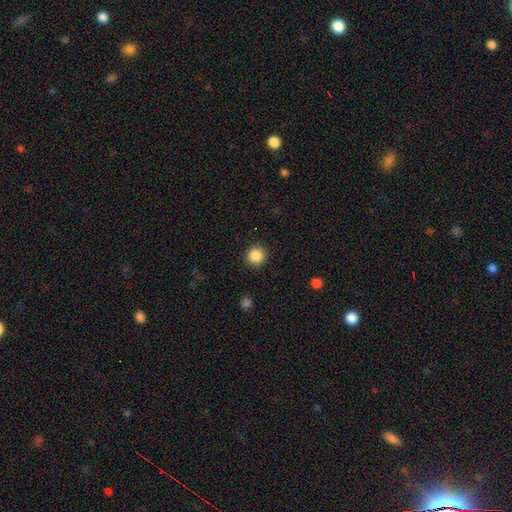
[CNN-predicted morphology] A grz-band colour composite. It shows a smooth galaxy with no disk features (87%) that is round (95%). Merging: none (92%).